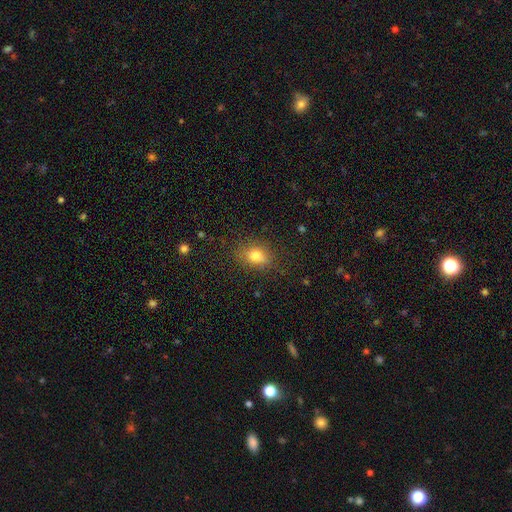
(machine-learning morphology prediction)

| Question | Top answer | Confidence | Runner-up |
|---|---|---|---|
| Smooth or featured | smooth | 78% | star or artifact (12%) |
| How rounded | in between | 64% | round (34%) |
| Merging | none | 78% | minor disturbance (15%) |